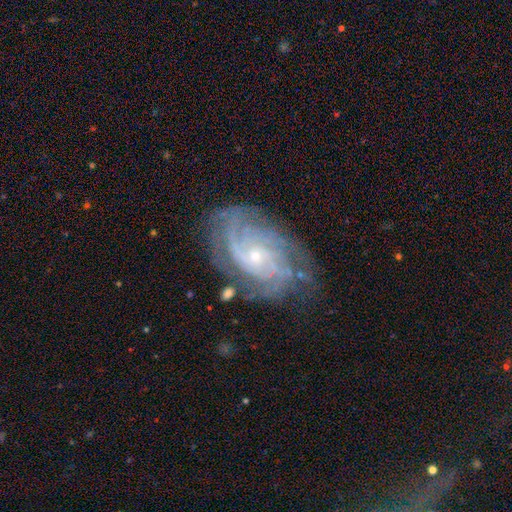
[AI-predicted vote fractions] A featured or disk galaxy (87%) with no bar (73%), tight (64%) spiral arms (97%) and a small central bulge (76%). Merging: none (70%).